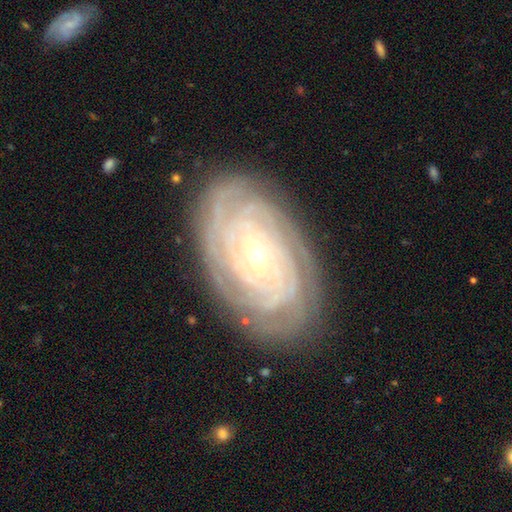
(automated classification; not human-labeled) featured or disk 89%, smooth 6%, star or artifact 5%. Down the decision tree: edge-on disk — no (96%); bar — no (51%); spiral arms — yes (97%); spiral arm count — can't tell (28%); spiral winding — tight (88%); bulge size — moderate (52%); merging — none (84%).